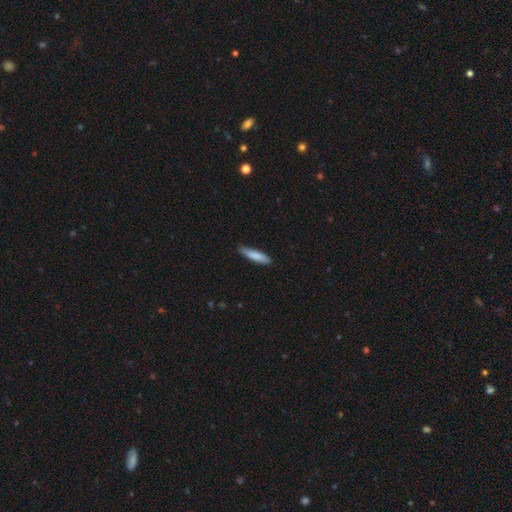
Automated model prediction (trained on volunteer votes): Smooth or featured? Predicted: smooth (p=0.83). How rounded? Predicted: cigar-shaped (p=0.82). Merging? Predicted: none (p=0.80).